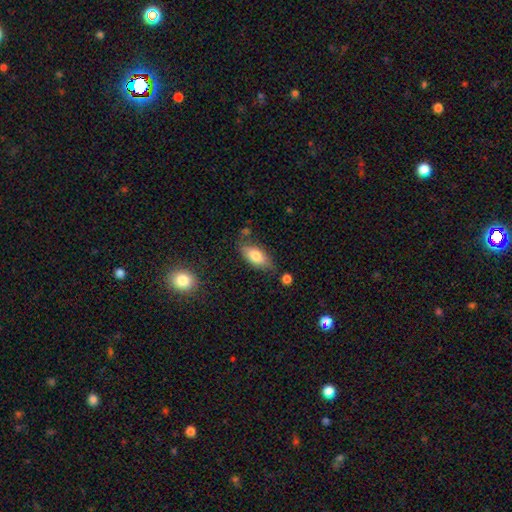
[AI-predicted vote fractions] Smooth or featured? smooth (79%)
How rounded? in between (86%)
Merging? none (72%)